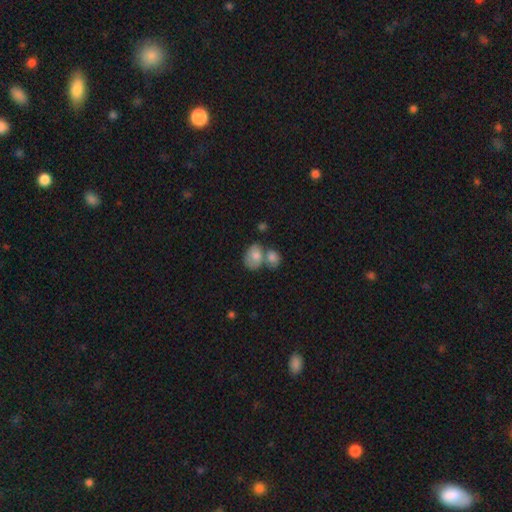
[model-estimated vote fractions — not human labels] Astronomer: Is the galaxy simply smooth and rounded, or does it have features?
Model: smooth — 77%.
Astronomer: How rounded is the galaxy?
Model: in between — 70%.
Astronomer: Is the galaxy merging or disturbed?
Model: merger — 56%.